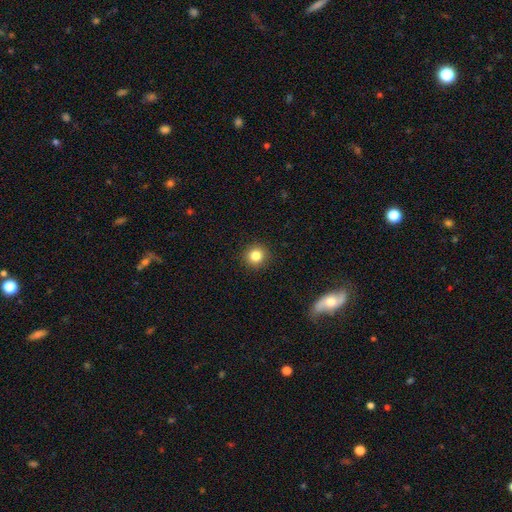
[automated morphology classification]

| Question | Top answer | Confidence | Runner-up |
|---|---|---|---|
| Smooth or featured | smooth | 83% | star or artifact (11%) |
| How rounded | round | 93% | in between (6%) |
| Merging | none | 92% | minor disturbance (5%) |